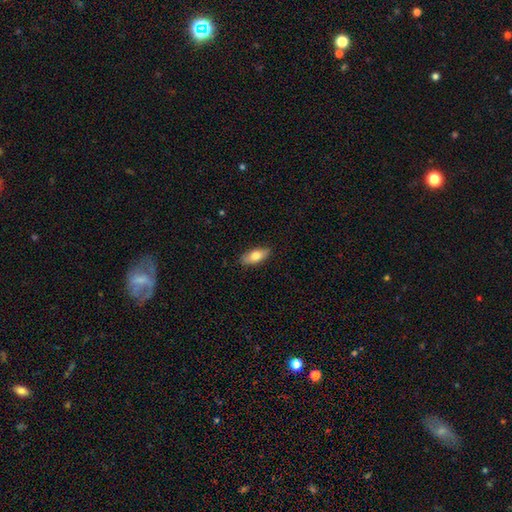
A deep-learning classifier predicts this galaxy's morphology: Smooth or featured? Predicted: smooth (p=0.76). How rounded? Predicted: in between (p=0.83). Merging? Predicted: none (p=0.87).